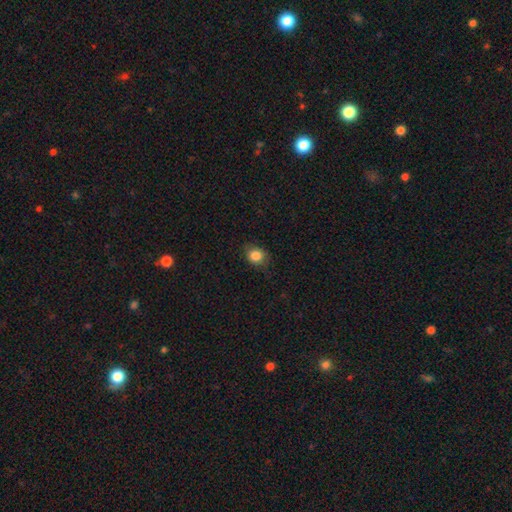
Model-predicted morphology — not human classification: Smooth or featured? Predicted: smooth (p=0.84). How rounded? Predicted: round (p=0.65). Merging? Predicted: none (p=0.78).